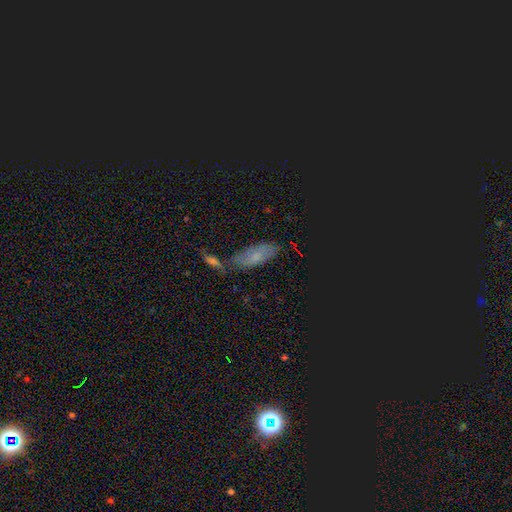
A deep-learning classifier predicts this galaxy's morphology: The model was most divided on "smooth or featured": smooth: 52%, featured or disk: 24%, star or artifact: 24%. More confident: how rounded — in between (75%); merging — none (58%).